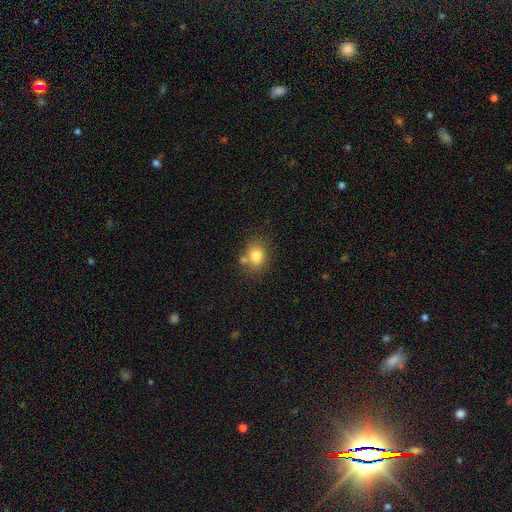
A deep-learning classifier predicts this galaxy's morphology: type=smooth (79%); roundness=round (55%); merging=none (66%).